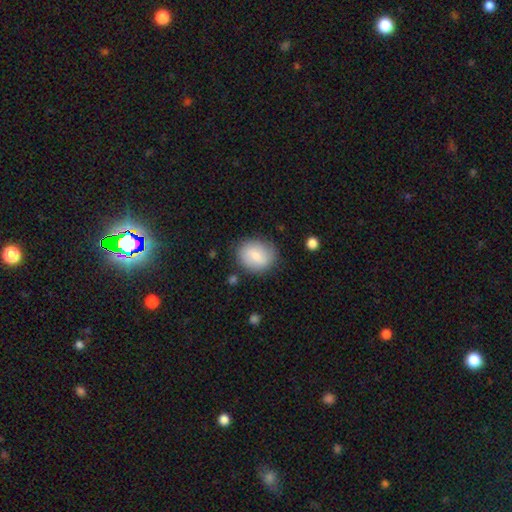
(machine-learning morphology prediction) smooth-or-featured: smooth: 68% | featured or disk: 25% | star or artifact: 7%
  how-rounded: round: 60% | in between: 39% | cigar-shaped: 1%
  merging: none: 80% | minor disturbance: 14% | major disturbance: 4% | merger: 2%